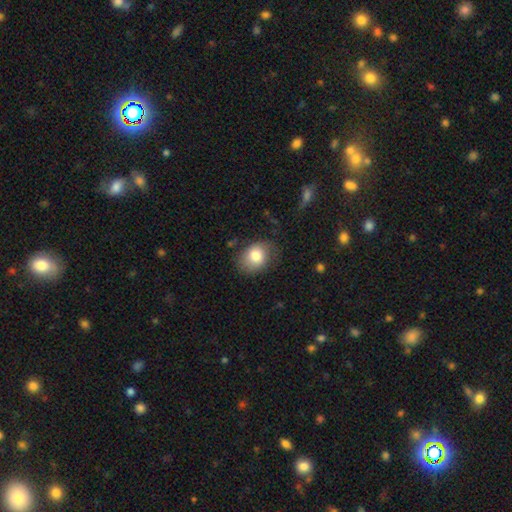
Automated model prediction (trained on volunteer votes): Smooth or featured: smooth — 79% (featured or disk — 13%)
How rounded: in between — 56% (round — 43%)
Merging: none — 70% (minor disturbance — 22%)